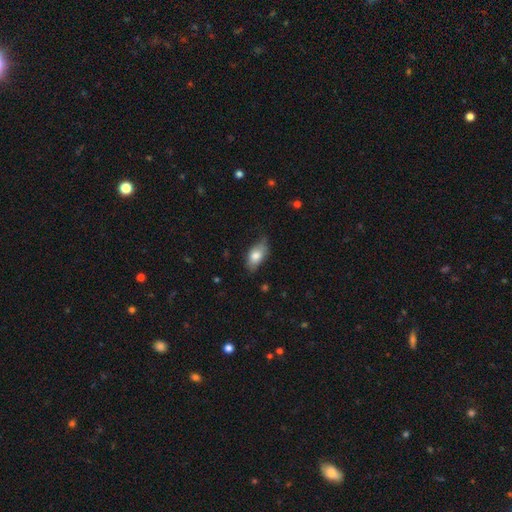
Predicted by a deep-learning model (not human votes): smooth 77%, featured or disk 17%, star or artifact 7%. Down the decision tree: how rounded — in between (90%); merging — none (65%).